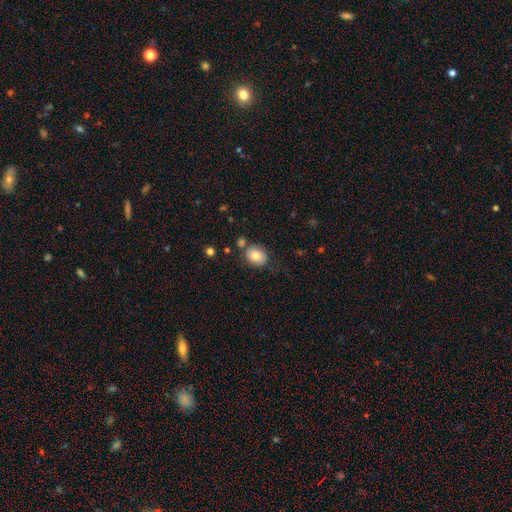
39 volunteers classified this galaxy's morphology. smooth-or-featured: smooth: 85% | star or artifact: 10% | featured or disk: 5%
  how-rounded: round: 52% | in between: 48% | cigar-shaped: 0%
  merging: none: 74% | minor disturbance: 9% | major disturbance: 9% | merger: 9%